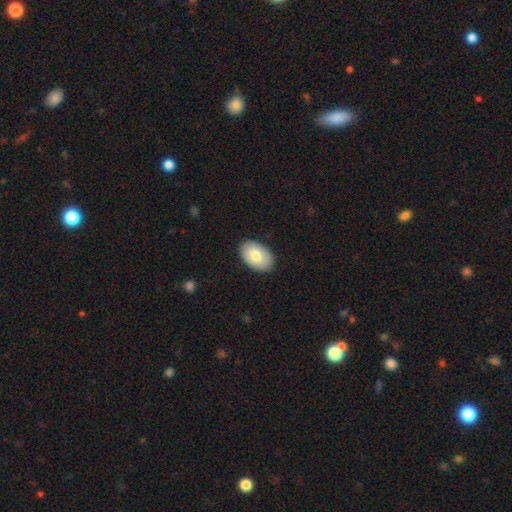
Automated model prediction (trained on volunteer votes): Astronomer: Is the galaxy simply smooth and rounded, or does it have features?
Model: smooth — 79%.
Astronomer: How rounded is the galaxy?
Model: in between — 91%.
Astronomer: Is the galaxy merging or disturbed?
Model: none — 88%.